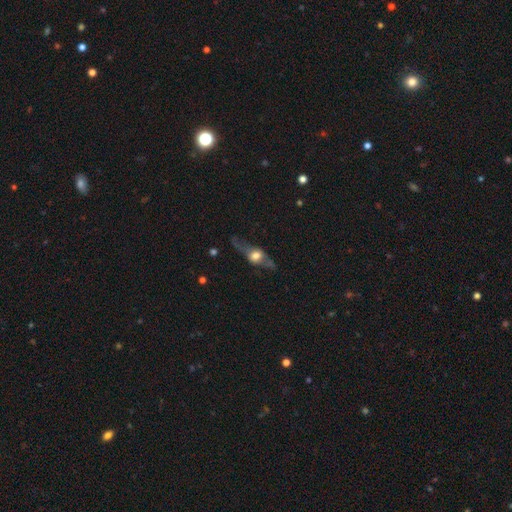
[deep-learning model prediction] This is likely a featured or disk galaxy (64%). It is likely viewed edge-on (74%). Merging: possibly none (59%).